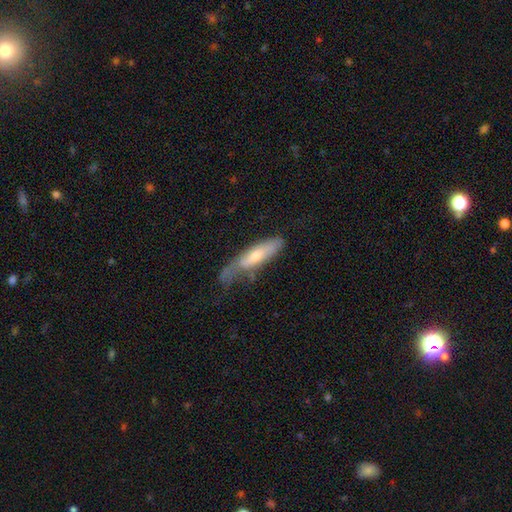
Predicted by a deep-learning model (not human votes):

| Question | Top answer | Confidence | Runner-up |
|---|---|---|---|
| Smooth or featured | smooth | 55% | featured or disk (39%) |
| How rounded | cigar-shaped | 64% | in between (34%) |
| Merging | none | 36% | minor disturbance (35%) |